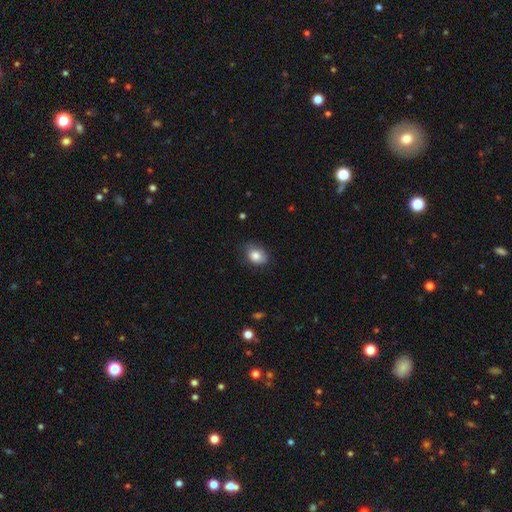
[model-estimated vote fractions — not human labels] smooth 83%, star or artifact 9%, featured or disk 8%. Down the decision tree: how rounded — in between (64%); merging — none (76%).